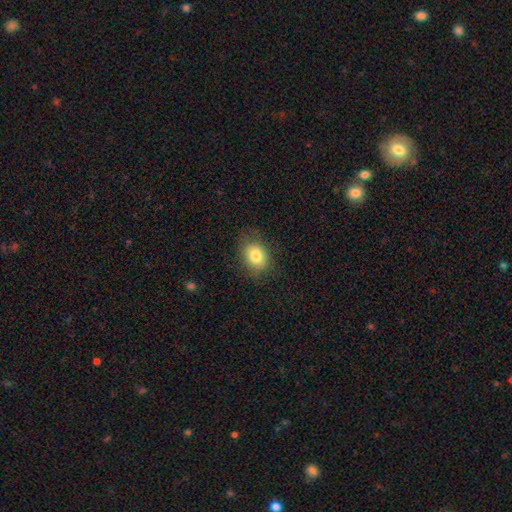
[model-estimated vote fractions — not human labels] Smooth or featured: smooth — 82% (star or artifact — 9%)
How rounded: in between — 67% (round — 32%)
Merging: none — 80% (minor disturbance — 14%)